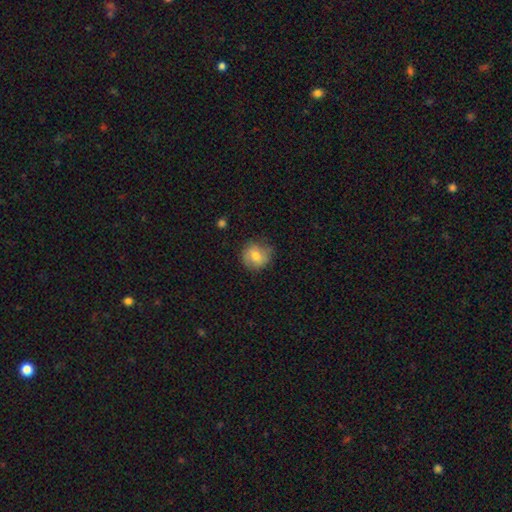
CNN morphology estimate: A smooth galaxy with no disk features (73%) that is round (84%). Merging: none (74%).